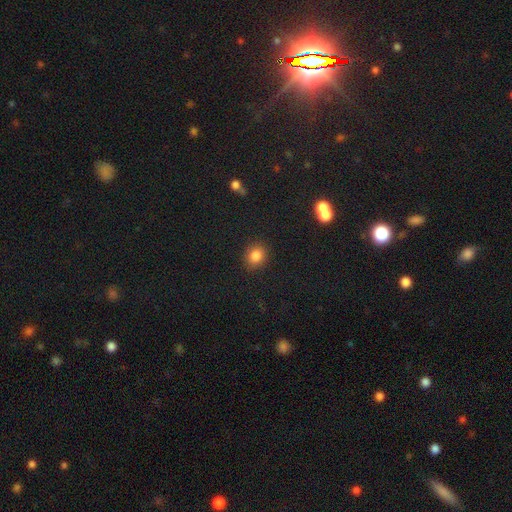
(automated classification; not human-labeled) smooth_or_featured: smooth (p=0.83) [alt: star or artifact p=0.11]
how_rounded: round (p=0.71) [alt: in between p=0.28]
merging: none (p=0.89) [alt: minor disturbance p=0.08]